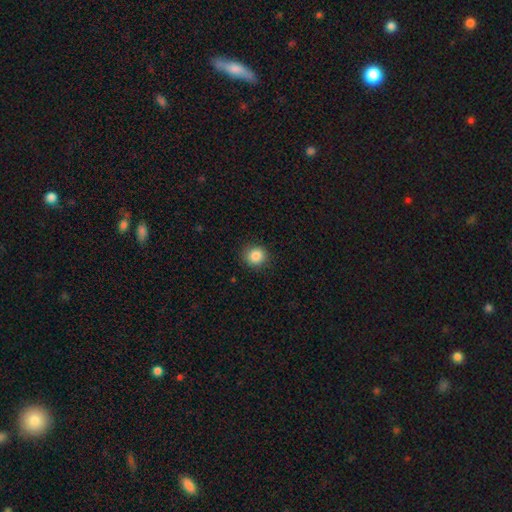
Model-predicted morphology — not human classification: The model was most divided on "smooth or featured": smooth: 86%, star or artifact: 10%, featured or disk: 4%. More confident: merging — none (89%); how rounded — round (88%).